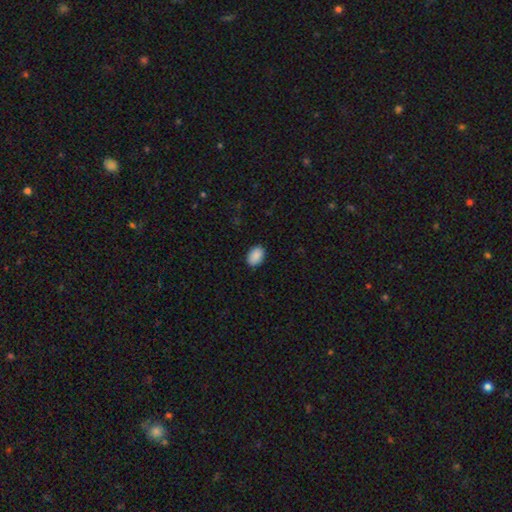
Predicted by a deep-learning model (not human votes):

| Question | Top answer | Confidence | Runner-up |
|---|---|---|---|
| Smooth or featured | smooth | 90% | star or artifact (7%) |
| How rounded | in between | 82% | round (17%) |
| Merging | none | 87% | minor disturbance (10%) |